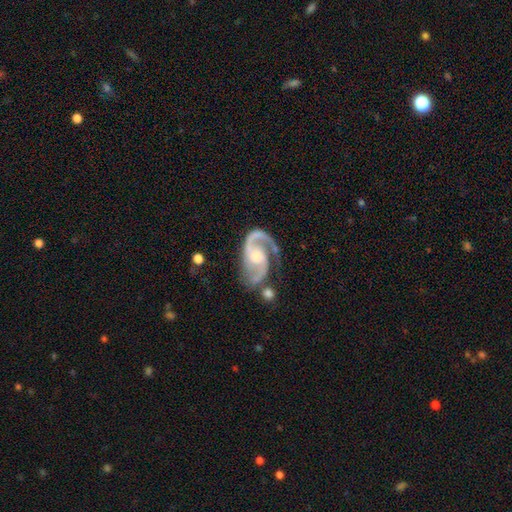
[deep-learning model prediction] Overall: featured or disk (92%). Edge-on disk: no (98%). Bar: no (55%; weak 35%). Spiral arms: yes (98%). Spiral arm count: 2 (89%). Spiral winding: medium (58%; tight 22%). Bulge size: moderate (47%; small 41%). Merging: none (58%; minor disturbance 20%).